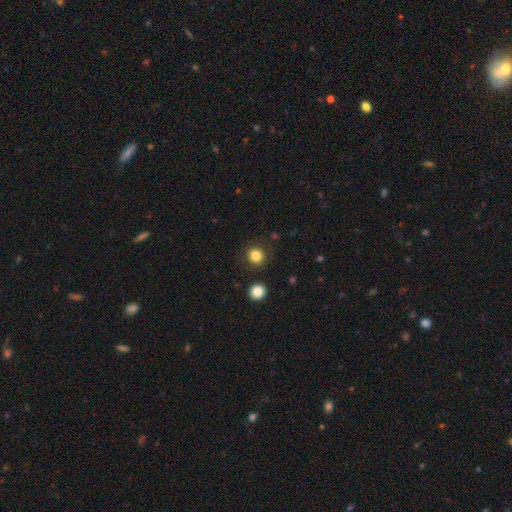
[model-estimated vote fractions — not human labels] Morphology: type=smooth (83%); roundness=round (90%); merging=none (88%).